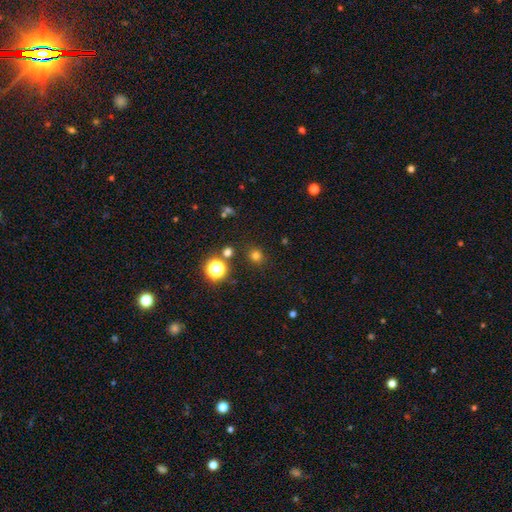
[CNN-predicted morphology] Q: Smooth or featured?
A: smooth (74%); runner-up: star or artifact (22%)
Q: How rounded?
A: round (90%); runner-up: in between (9%)
Q: Merging?
A: none (87%); runner-up: minor disturbance (7%)